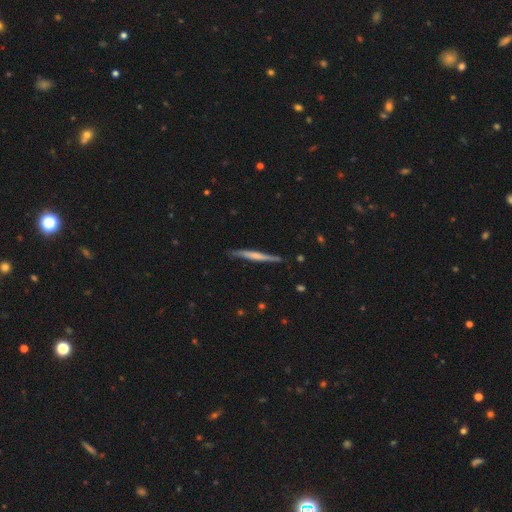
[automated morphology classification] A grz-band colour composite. It shows a featured or disk galaxy (53%) viewed edge-on (97%) with no central bulge (49%). Merging: none (86%).